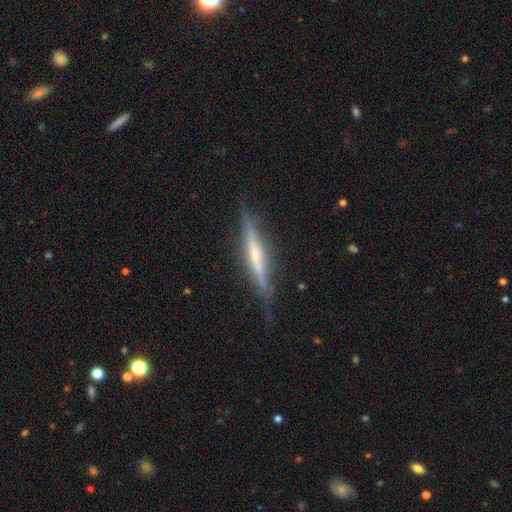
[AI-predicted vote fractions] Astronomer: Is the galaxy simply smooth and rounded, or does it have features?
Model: featured or disk — 65%.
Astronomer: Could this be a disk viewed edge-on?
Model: yes — 95%.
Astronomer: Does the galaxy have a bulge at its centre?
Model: rounded — 44% (runner-up: none, 43%).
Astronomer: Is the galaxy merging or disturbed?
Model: none — 81%.